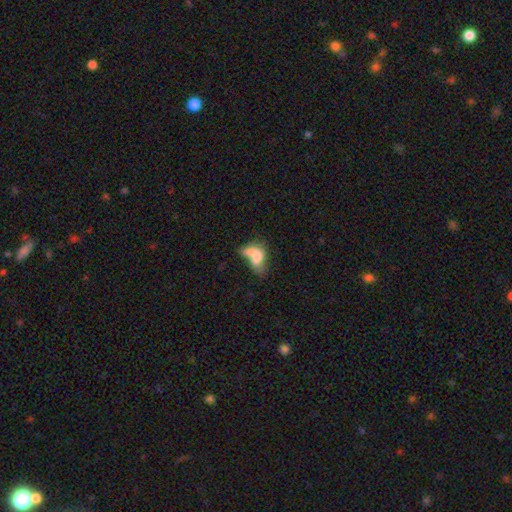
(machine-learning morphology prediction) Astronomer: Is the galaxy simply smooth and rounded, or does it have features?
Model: smooth — 62%.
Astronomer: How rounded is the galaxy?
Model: in between — 82%.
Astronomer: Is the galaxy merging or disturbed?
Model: merger — 41% (runner-up: major disturbance, 26%).